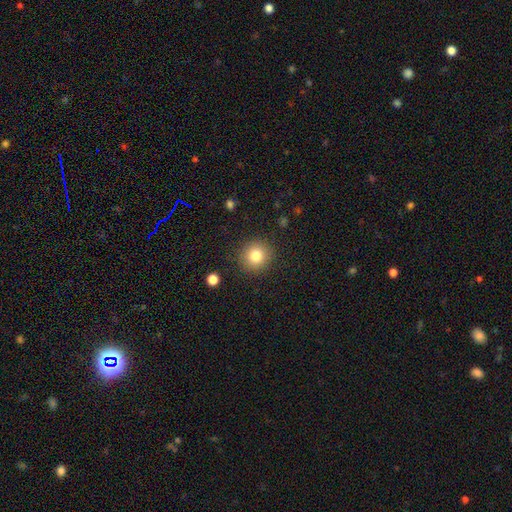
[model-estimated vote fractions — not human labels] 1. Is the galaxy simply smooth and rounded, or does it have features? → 82% smooth, 11% star or artifact, 8% featured or disk.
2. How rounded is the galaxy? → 92% round, 7% in between, 1% cigar-shaped.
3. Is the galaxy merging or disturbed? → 89% none, 7% minor disturbance, 3% major disturbance, 1% merger.